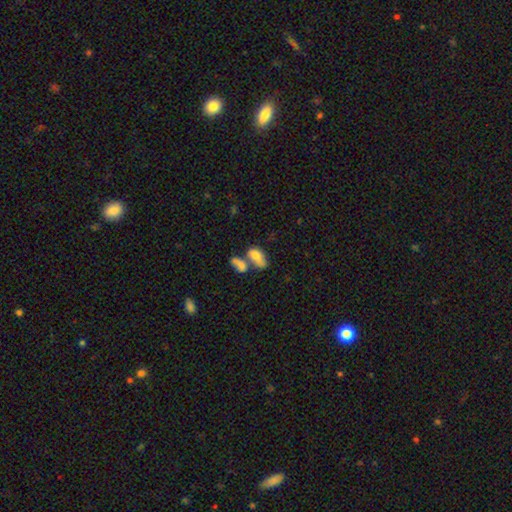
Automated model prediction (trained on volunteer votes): smooth_or_featured: smooth (p=0.74) [alt: featured or disk p=0.17]
how_rounded: in between (p=0.88) [alt: round p=0.07]
merging: merger (p=0.54) [alt: none p=0.24]